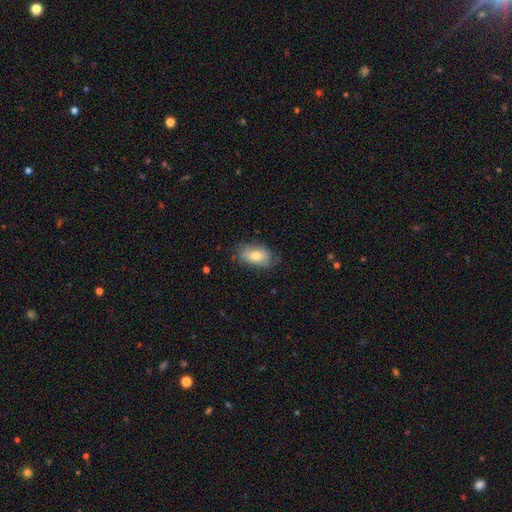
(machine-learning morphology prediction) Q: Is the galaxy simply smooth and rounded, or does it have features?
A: smooth — 68%.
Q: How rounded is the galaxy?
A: in between — 90%.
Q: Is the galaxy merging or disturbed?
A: none — 71%.